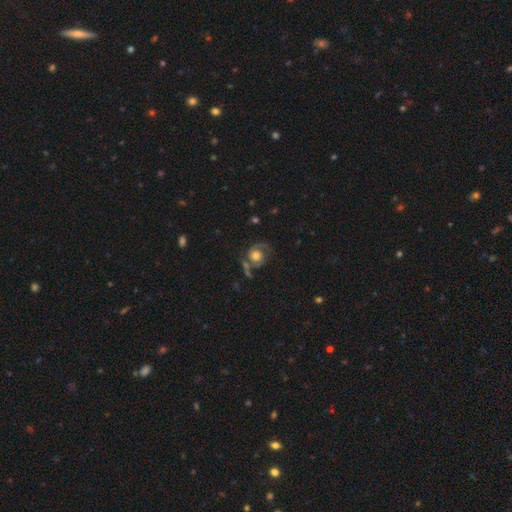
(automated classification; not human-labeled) smooth-or-featured: featured or disk: 64% | smooth: 28% | star or artifact: 8%
  disk-edge-on: no: 97% | yes: 3%
    bar: no: 79% | weak: 18% | strong: 4%
    has-spiral-arms: yes: 85% | no: 15%
      spiral-winding: medium: 41% | tight: 34% | loose: 25%
      spiral-arm-count: 2: 62% | 1: 28% | can't tell: 7% | 3: 1% | 4: 1% | more than 4: 1%
    bulge-size: moderate: 51% | large: 31% | small: 11% | dominant: 4% | none: 3%
  merging: none: 51% | minor disturbance: 19% | major disturbance: 19% | merger: 11%